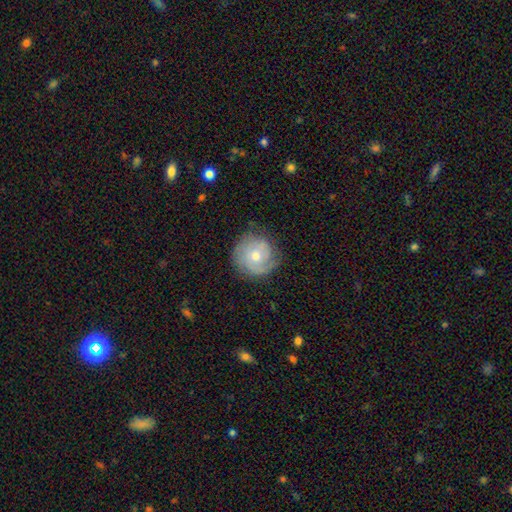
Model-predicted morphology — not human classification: Overall: featured or disk (55%; smooth 38%). Edge-on disk: no (97%). Bar: no (78%). Spiral arms: yes (81%). Bulge size: moderate (64%; small 29%). Merging: none (74%).